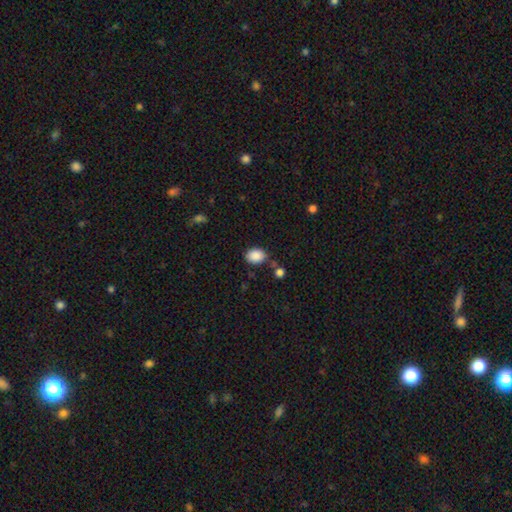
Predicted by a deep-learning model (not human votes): A smooth galaxy with no disk features (88%) that is in between round and cigar-shaped (71%). Merging: none (74%).